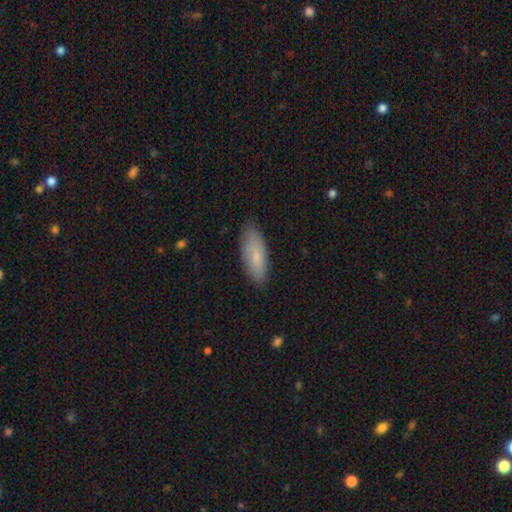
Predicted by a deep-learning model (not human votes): The model was most divided on "how rounded": in between: 70%, cigar-shaped: 28%, round: 2%. More confident: merging — none (85%); smooth or featured — smooth (78%).